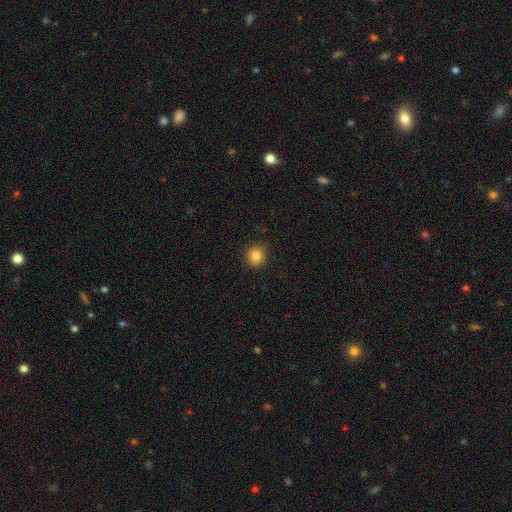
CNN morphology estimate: Q: Smooth or featured?
A: smooth (84%); runner-up: star or artifact (11%)
Q: How rounded?
A: round (87%); runner-up: in between (12%)
Q: Merging?
A: none (88%); runner-up: minor disturbance (8%)